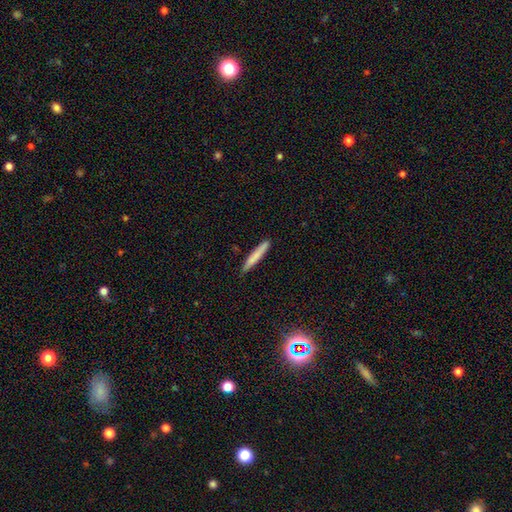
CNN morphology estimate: This appears to be a smooth galaxy with no disk features (74%) that is cigar-shaped (95%). Merging: none (89%).